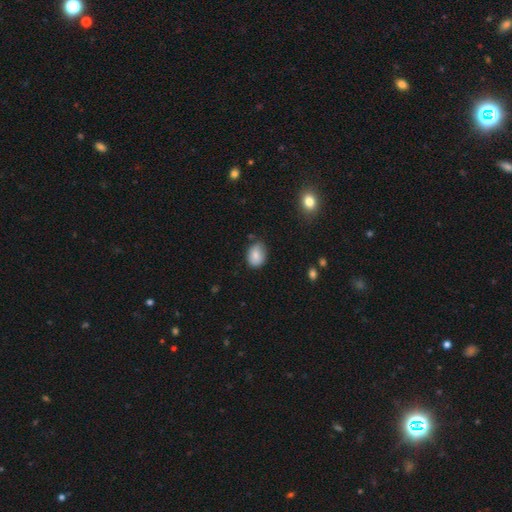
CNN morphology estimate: A smooth galaxy with no disk features (83%) that is in between round and cigar-shaped (72%).

Vote fractions:
- Smooth or featured? smooth: 83% / featured or disk: 9% / star or artifact: 8%
- How rounded? in between: 72% / round: 27% / cigar-shaped: 1%
- Merging? none: 71% / minor disturbance: 23% / major disturbance: 4% / merger: 2%